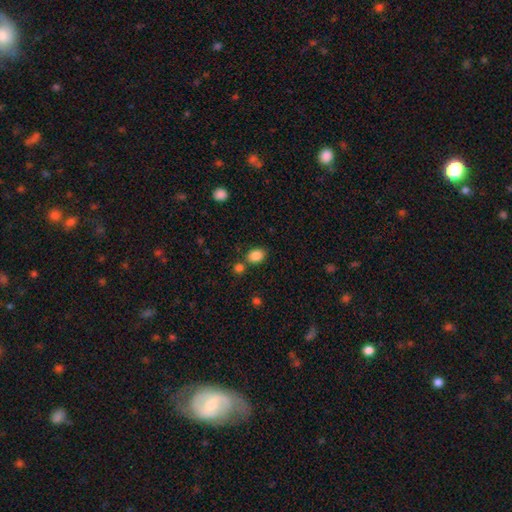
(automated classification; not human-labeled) Morphology: type=smooth (86%); roundness=in between (65%); merging=none (70%).